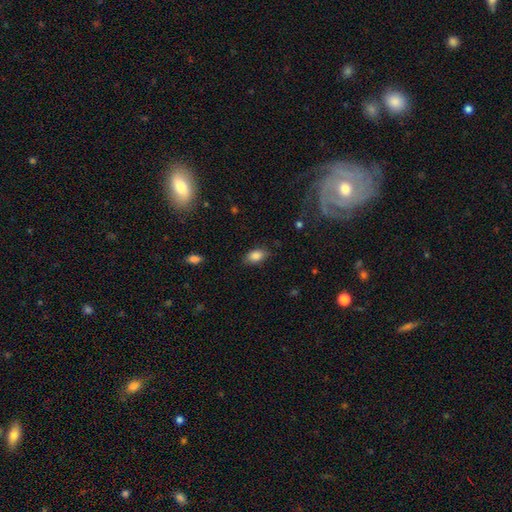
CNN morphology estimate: Smooth or featured? Predicted: smooth (p=0.85). How rounded? Predicted: in between (p=0.90). Merging? Predicted: none (p=0.81).